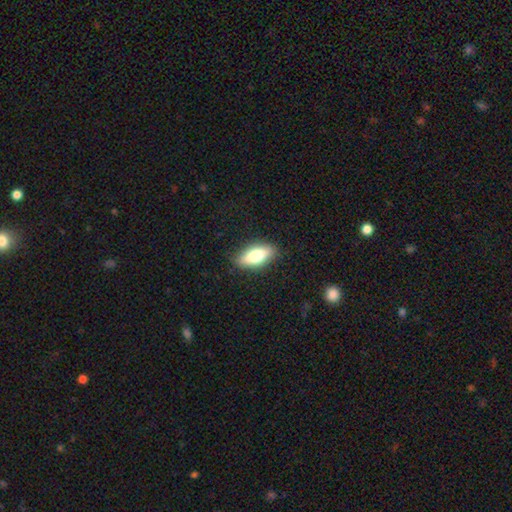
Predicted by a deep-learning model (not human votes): Q: Smooth or featured?
A: smooth (71%); runner-up: featured or disk (23%)
Q: How rounded?
A: in between (76%); runner-up: cigar-shaped (20%)
Q: Merging?
A: none (86%); runner-up: minor disturbance (10%)